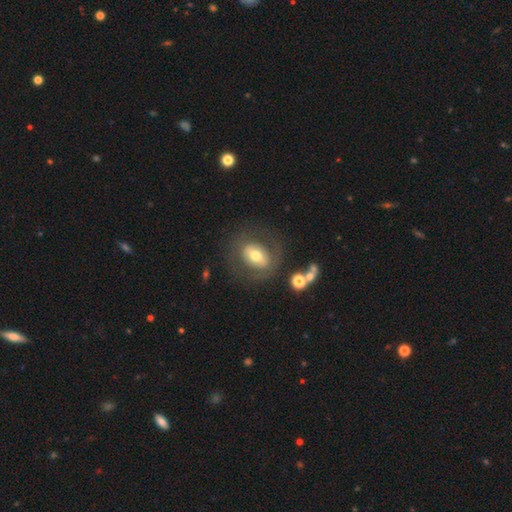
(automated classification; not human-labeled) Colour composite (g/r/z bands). It shows a smooth galaxy with no disk features (46%, tied with featured or disk). Merging: none (71%).